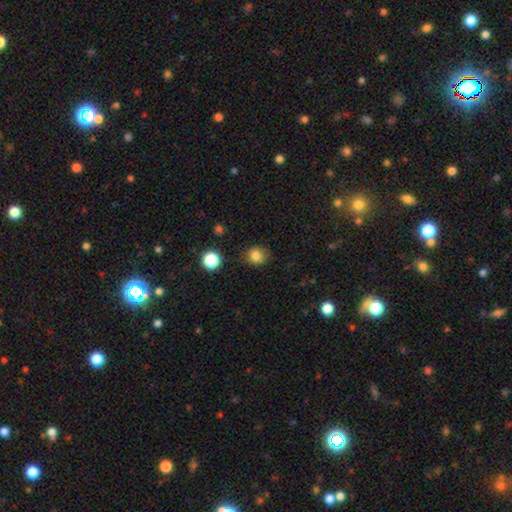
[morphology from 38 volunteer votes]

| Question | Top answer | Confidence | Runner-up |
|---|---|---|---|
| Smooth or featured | smooth | 87% | star or artifact (8%) |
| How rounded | round | 73% | in between (24%) |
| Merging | none | 77% | minor disturbance (14%) |